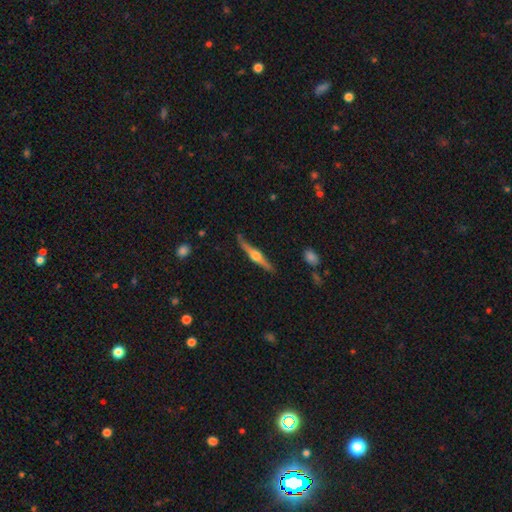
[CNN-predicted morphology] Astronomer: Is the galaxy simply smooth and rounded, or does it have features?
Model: featured or disk — 76%.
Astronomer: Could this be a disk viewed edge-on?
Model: yes — 98%.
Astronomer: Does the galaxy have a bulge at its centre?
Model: rounded — 94%.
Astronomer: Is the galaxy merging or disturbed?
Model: none — 86%.